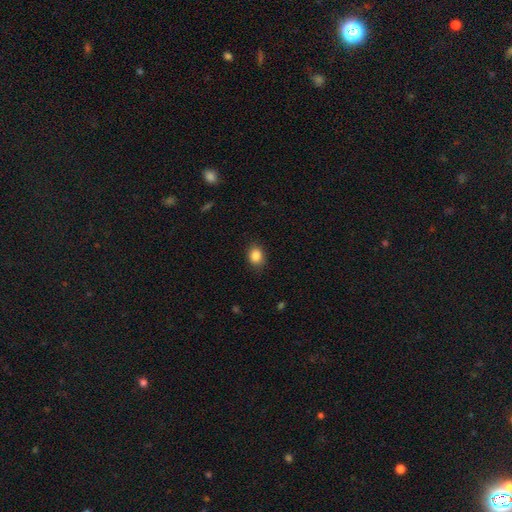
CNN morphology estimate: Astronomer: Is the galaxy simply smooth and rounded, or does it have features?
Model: smooth — 86%.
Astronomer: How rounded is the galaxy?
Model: round — 55% (runner-up: in between, 44%).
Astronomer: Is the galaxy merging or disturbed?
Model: none — 84%.